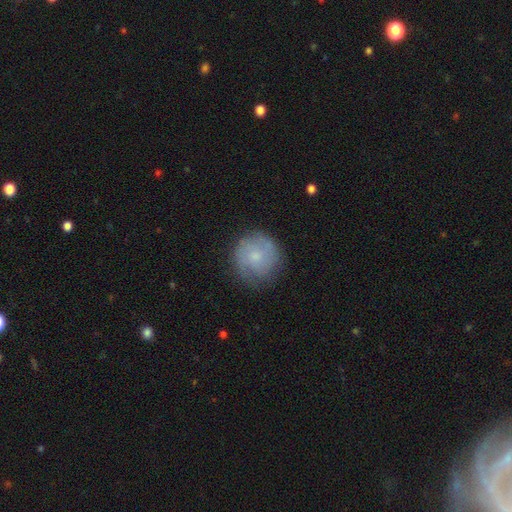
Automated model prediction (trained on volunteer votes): Smooth or featured? smooth (53%)
How rounded? round (93%)
Merging? none (78%)